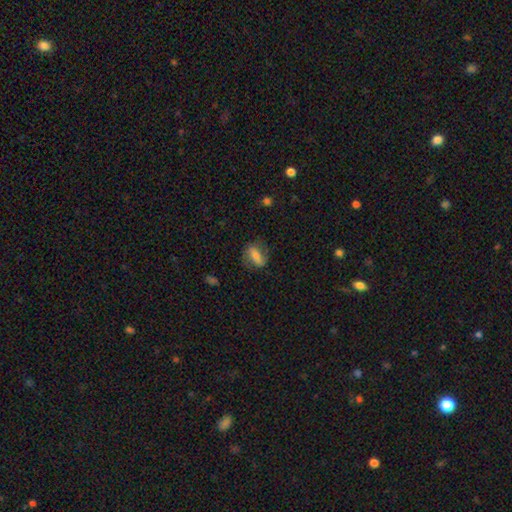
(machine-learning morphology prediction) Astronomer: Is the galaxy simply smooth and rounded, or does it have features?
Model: smooth — 54% (runner-up: featured or disk, 38%).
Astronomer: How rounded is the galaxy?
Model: in between — 76%.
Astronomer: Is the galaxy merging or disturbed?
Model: none — 69%.